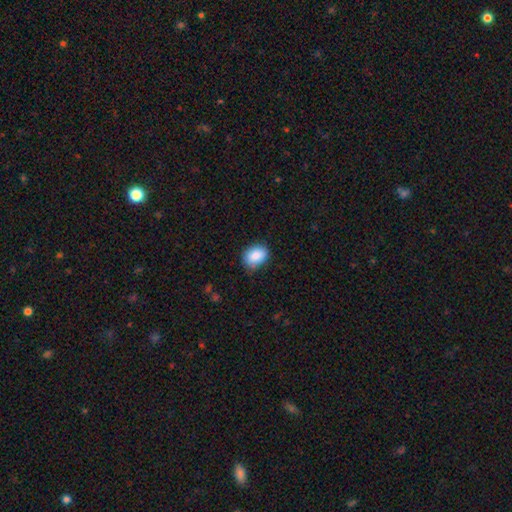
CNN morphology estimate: Q: Smooth or featured?
A: smooth (87%); runner-up: star or artifact (8%)
Q: How rounded?
A: in between (67%); runner-up: round (32%)
Q: Merging?
A: none (75%); runner-up: minor disturbance (20%)